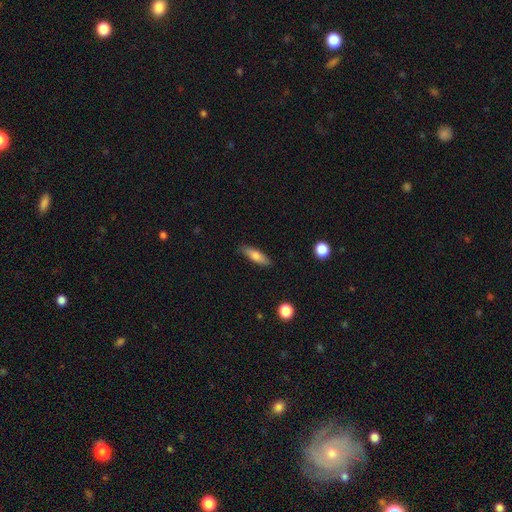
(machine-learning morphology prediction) Smooth or featured?
  - smooth: 72% *
  - featured or disk: 21%
  - star or artifact: 7%
How rounded?
  - cigar-shaped: 56% *
  - in between: 41%
  - round: 2%
Merging?
  - none: 82% *
  - minor disturbance: 14%
  - major disturbance: 3%
  - merger: 1%